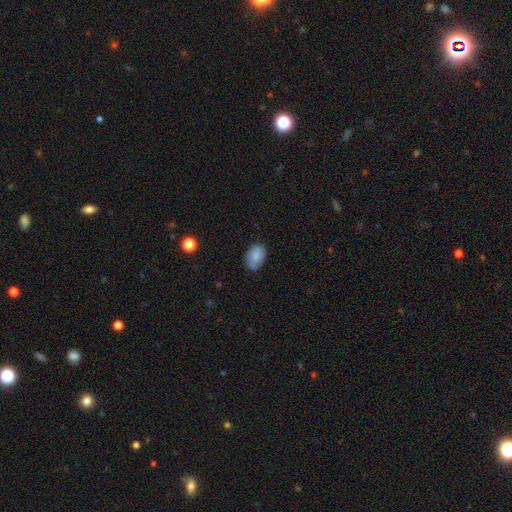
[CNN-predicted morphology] A smooth galaxy with no disk features (84%) that is in between round and cigar-shaped (88%).

Vote fractions:
- Smooth or featured? smooth: 84% / featured or disk: 8% / star or artifact: 7%
- How rounded? in between: 88% / round: 11% / cigar-shaped: 1%
- Merging? none: 75% / minor disturbance: 20% / major disturbance: 4% / merger: 1%